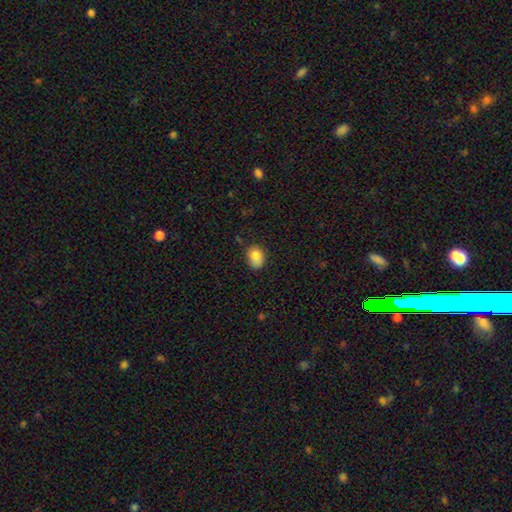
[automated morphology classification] Smooth or featured? Predicted: smooth (p=0.83). How rounded? Predicted: in between (p=0.60). Merging? Predicted: none (p=0.63).